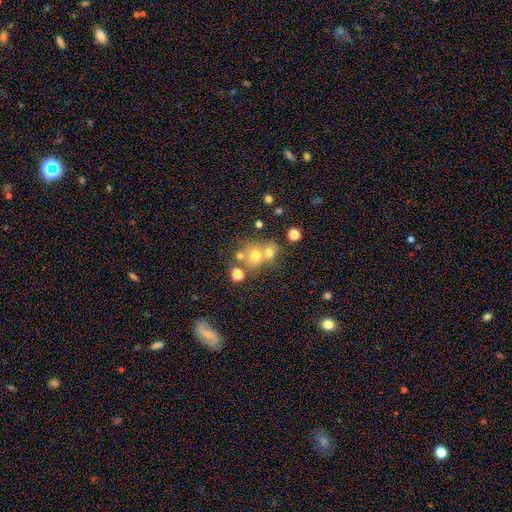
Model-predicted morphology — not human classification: smooth 63%, featured or disk 19%, star or artifact 18%. Down the decision tree: how rounded — round (81%); merging — merger (44%, tied with none).